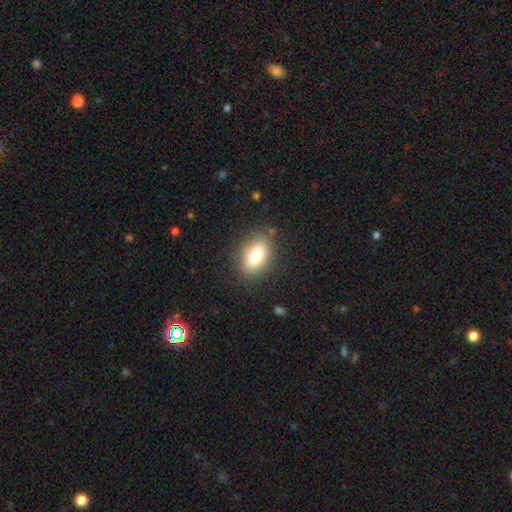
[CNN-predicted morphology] Smooth or featured: smooth — 78% (featured or disk — 13%)
How rounded: in between — 84% (round — 13%)
Merging: none — 83% (minor disturbance — 12%)